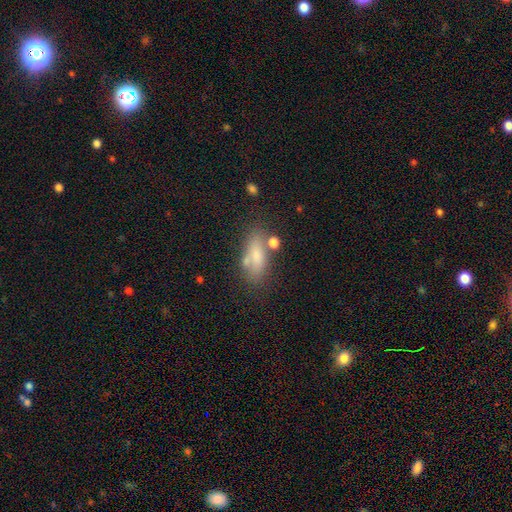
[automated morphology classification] Smooth or featured? smooth (70%)
How rounded? in between (72%)
Merging? none (59%)